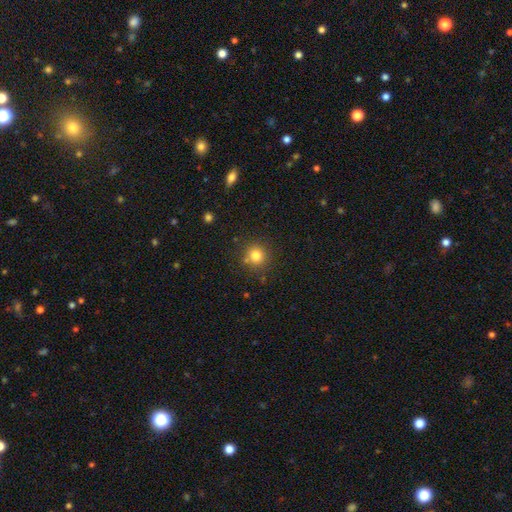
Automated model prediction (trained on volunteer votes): smooth 81%, star or artifact 13%, featured or disk 6%. Down the decision tree: how rounded — round (92%); merging — none (82%).